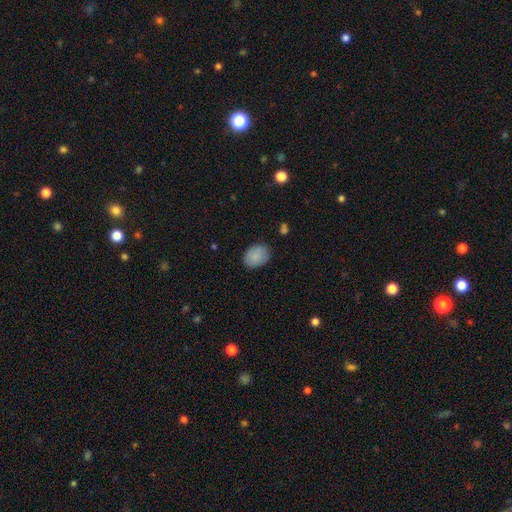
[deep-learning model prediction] Q: Smooth or featured?
A: smooth (87%); runner-up: star or artifact (7%)
Q: How rounded?
A: in between (70%); runner-up: round (29%)
Q: Merging?
A: none (82%); runner-up: minor disturbance (14%)